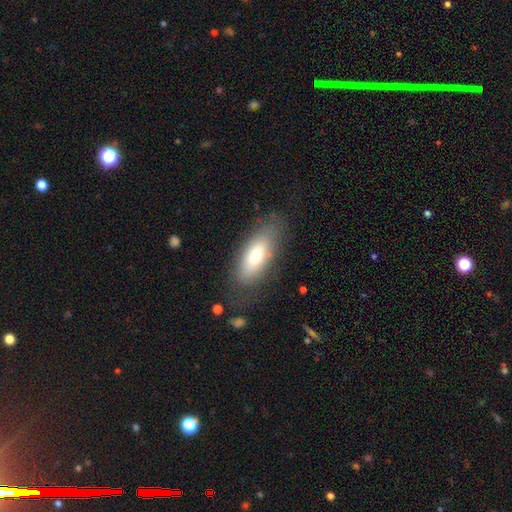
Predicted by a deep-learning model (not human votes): Smooth or featured? smooth (69%)
How rounded? in between (75%)
Merging? none (77%)